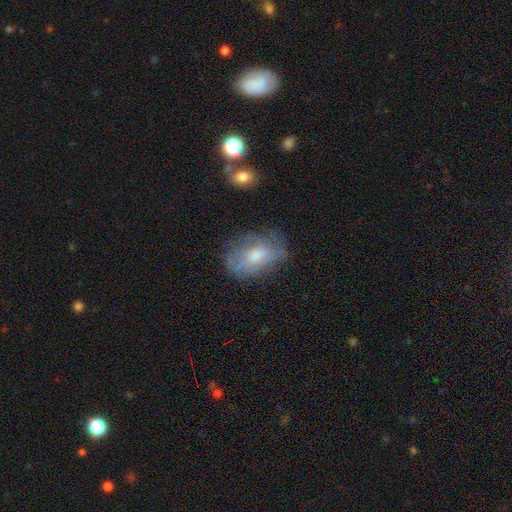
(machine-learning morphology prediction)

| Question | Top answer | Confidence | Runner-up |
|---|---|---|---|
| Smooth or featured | smooth | 48% | featured or disk (43%) |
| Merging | none | 58% | minor disturbance (26%) |